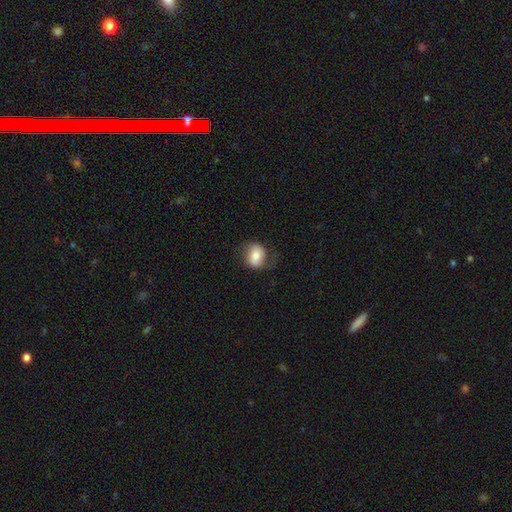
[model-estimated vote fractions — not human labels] smooth 66%, featured or disk 27%, star or artifact 8%. Down the decision tree: how rounded — in between (58%); merging — none (63%).